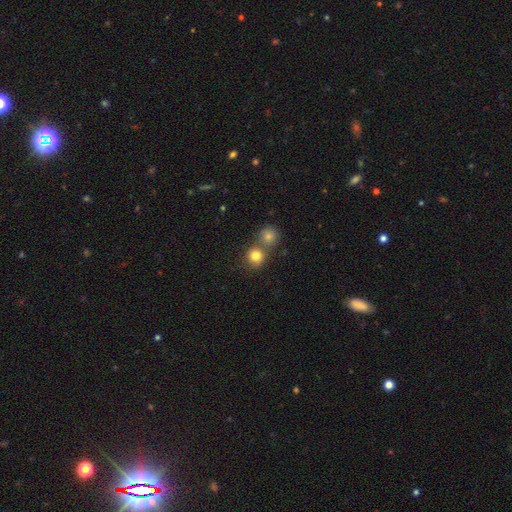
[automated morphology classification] This appears to be a smooth galaxy with no disk features (81%) that is round (86%). Merging: none (52%).